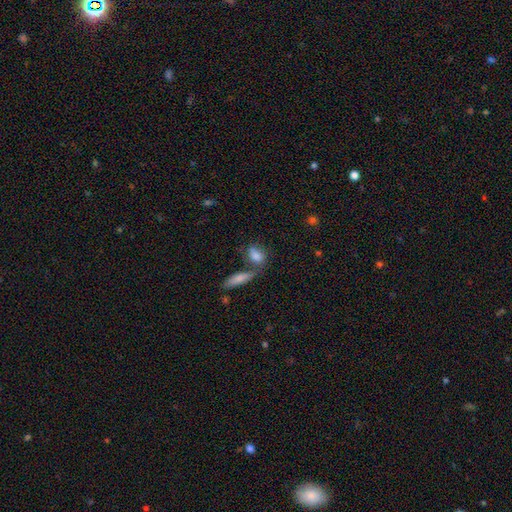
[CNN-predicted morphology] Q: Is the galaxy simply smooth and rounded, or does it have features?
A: smooth — 78%.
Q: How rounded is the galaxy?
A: in between — 72%.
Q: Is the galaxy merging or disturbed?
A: none — 46%.